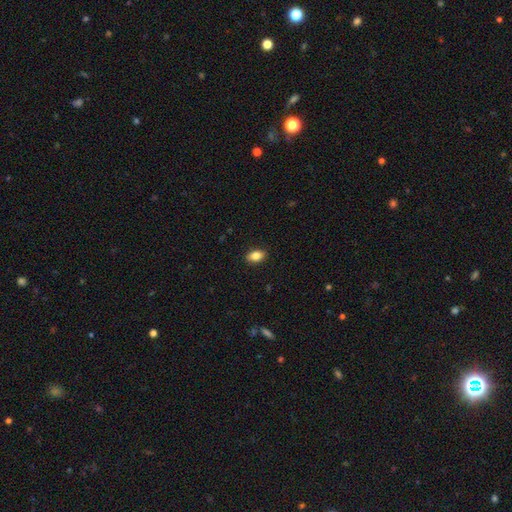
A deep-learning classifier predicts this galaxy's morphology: This is clearly a smooth galaxy (84%). How rounded: clearly in between (87%). Merging: clearly none (89%).